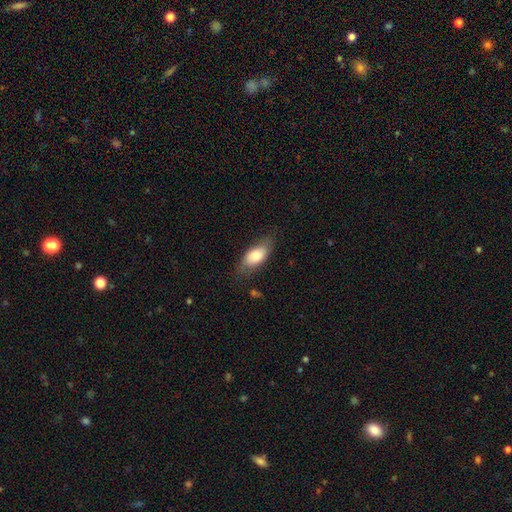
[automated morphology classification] This is likely a smooth galaxy (76%). How rounded: clearly in between (87%). Merging: likely none (70%).